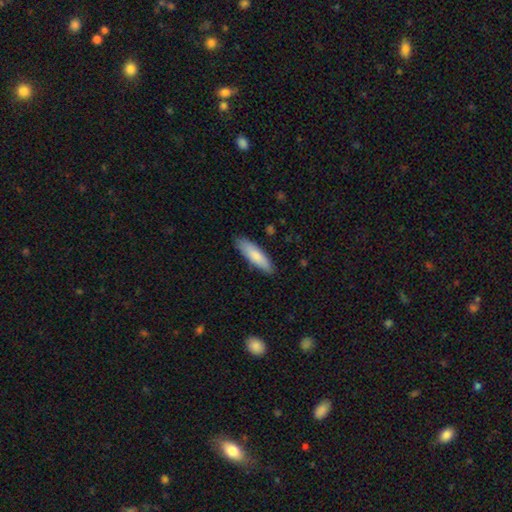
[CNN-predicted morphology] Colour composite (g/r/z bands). It shows a smooth galaxy with no disk features (82%) that is cigar-shaped (58%). Merging: none (86%).